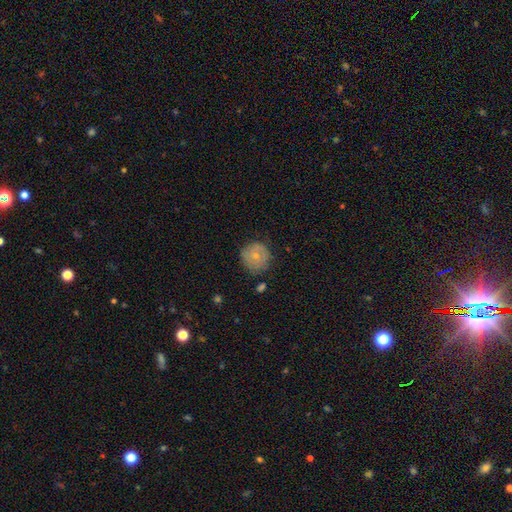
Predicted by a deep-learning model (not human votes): A smooth galaxy with no disk features (68%) that is round (92%).

Vote fractions:
- Smooth or featured? smooth: 68% / featured or disk: 24% / star or artifact: 8%
- How rounded? round: 92% / in between: 7% / cigar-shaped: 1%
- Merging? none: 74% / minor disturbance: 20% / major disturbance: 5% / merger: 2%